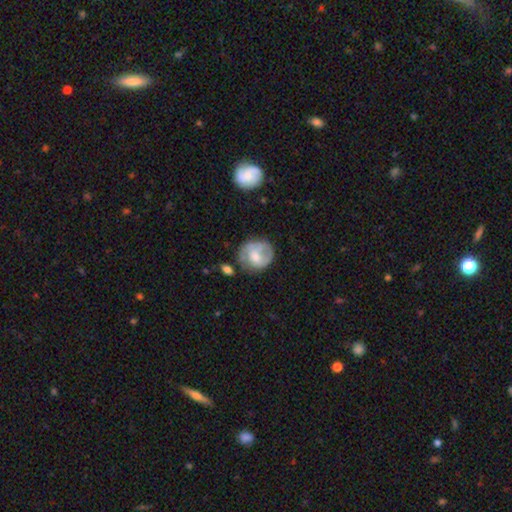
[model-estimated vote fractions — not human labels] Smooth or featured: smooth — 48% (featured or disk — 45%)
Merging: none — 56% (minor disturbance — 25%)